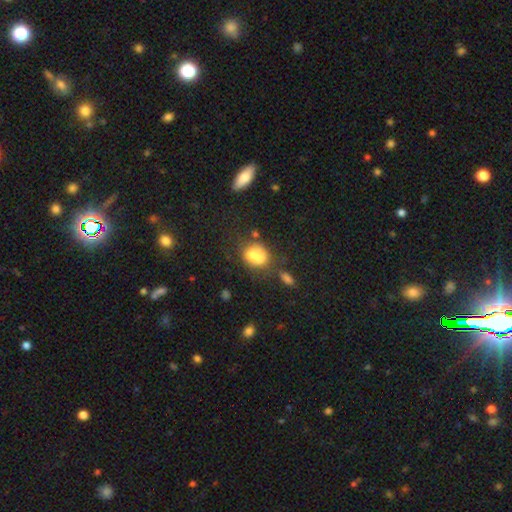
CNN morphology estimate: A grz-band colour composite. It shows a smooth galaxy with no disk features (70%) that is round (51%). Merging: merger (46%).